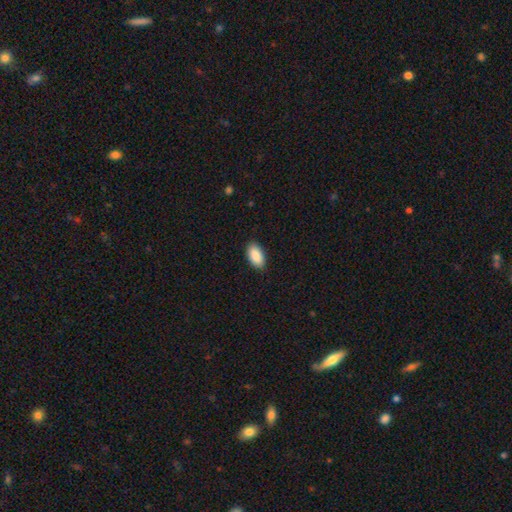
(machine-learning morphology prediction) A smooth galaxy with no disk features (90%) that is in between round and cigar-shaped (95%). Merging: none (89%).